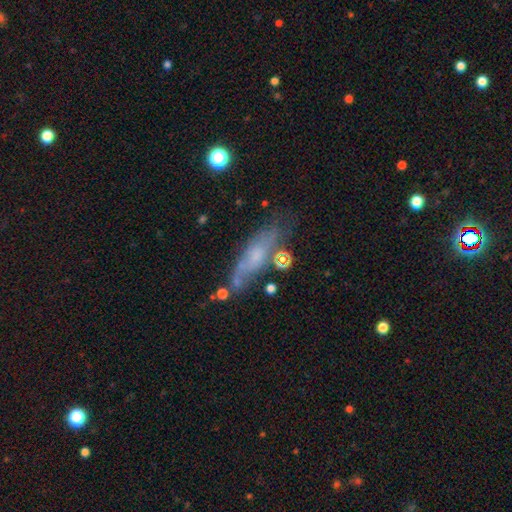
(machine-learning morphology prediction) A featured or disk galaxy (46%).

Vote fractions:
- Smooth or featured? featured or disk: 46% / smooth: 44% / star or artifact: 10%
- Merging? none: 58% / minor disturbance: 23% / major disturbance: 11% / merger: 7%